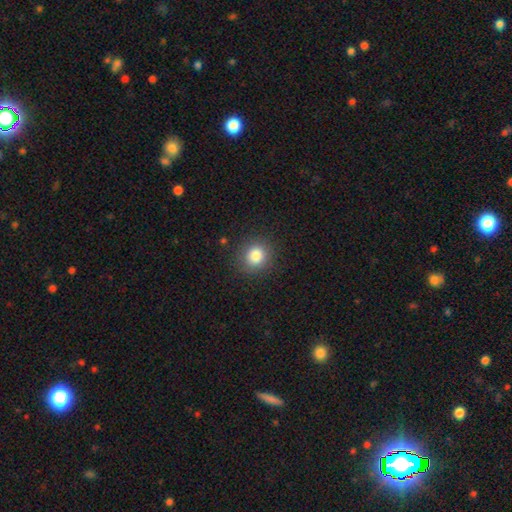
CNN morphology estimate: type=smooth (83%); roundness=round (87%); merging=none (89%).